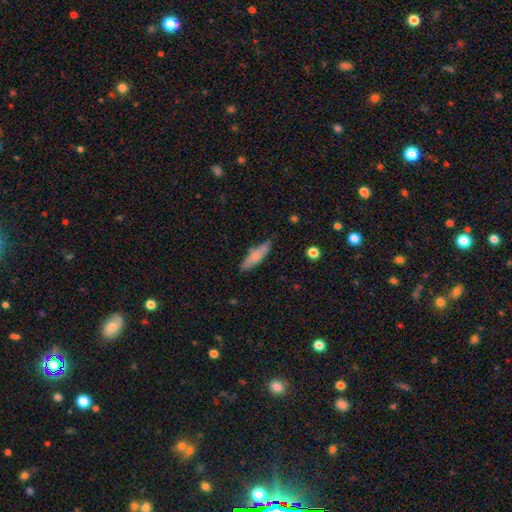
A smooth galaxy with no disk features (68%) that is cigar-shaped (78%).

Vote fractions:
- Smooth or featured? smooth: 68% / featured or disk: 25% / star or artifact: 8%
- How rounded? cigar-shaped: 78% / in between: 15% / round: 7%
- Merging? none: 62% / minor disturbance: 22% / merger: 14% / major disturbance: 3%